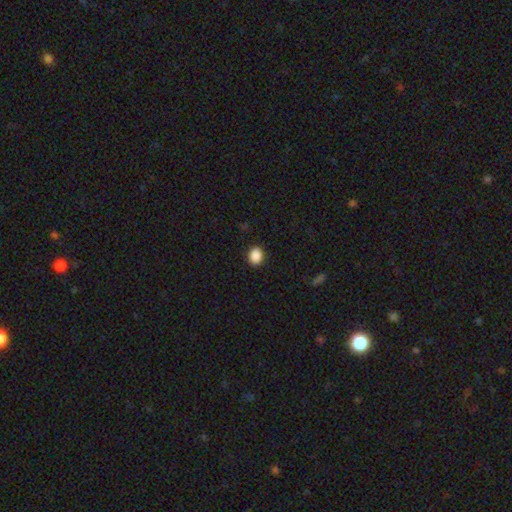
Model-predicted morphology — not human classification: Q: Smooth or featured?
A: smooth (89%); runner-up: star or artifact (9%)
Q: How rounded?
A: round (55%); runner-up: in between (44%)
Q: Merging?
A: none (90%); runner-up: minor disturbance (7%)